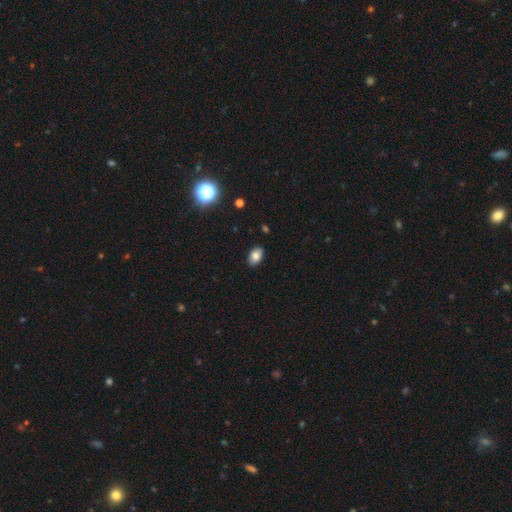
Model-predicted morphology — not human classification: Smooth or featured: smooth — 81% (star or artifact — 10%)
How rounded: in between — 86% (round — 12%)
Merging: none — 88% (minor disturbance — 9%)